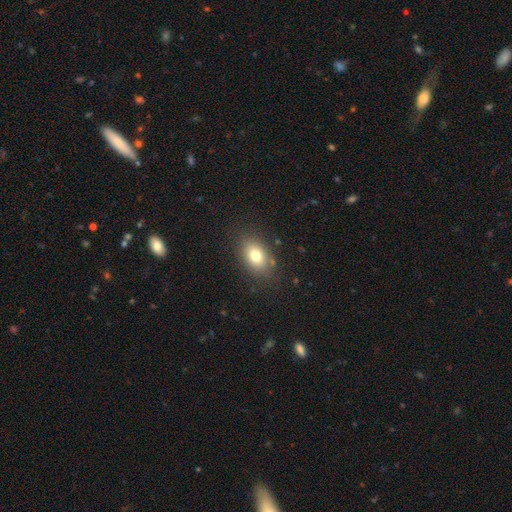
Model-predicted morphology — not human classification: Smooth or featured?
  - smooth: 77% *
  - featured or disk: 13%
  - star or artifact: 11%
How rounded?
  - in between: 80% *
  - round: 19%
  - cigar-shaped: 2%
Merging?
  - none: 82% *
  - minor disturbance: 12%
  - major disturbance: 4%
  - merger: 2%